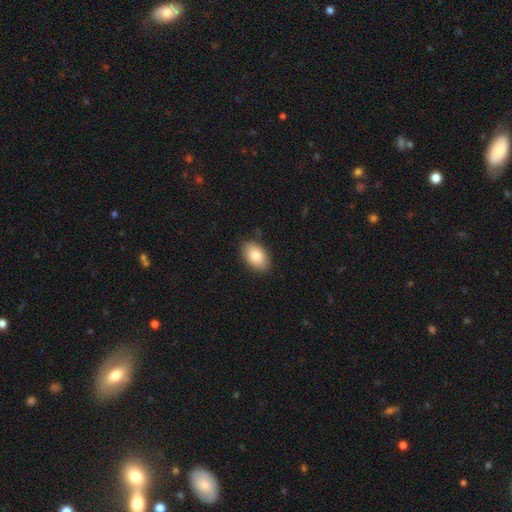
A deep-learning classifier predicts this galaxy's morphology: A smooth galaxy with no disk features (86%) that is in between round and cigar-shaped (92%). Merging: none (86%).